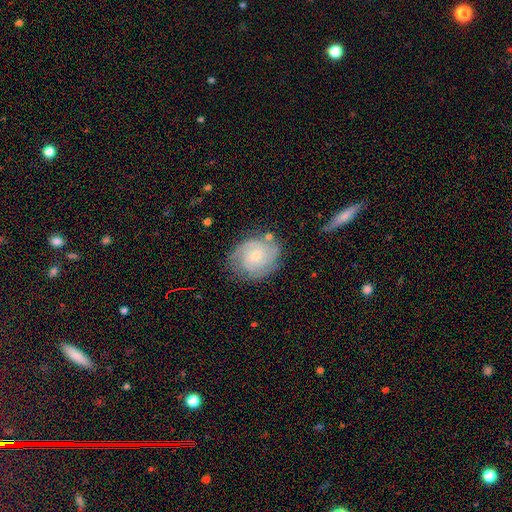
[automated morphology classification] This is likely a featured or disk galaxy (75%). It is clearly not viewed edge-on (98%). Bar: likely no (67%). Spiral arm pattern: clearly yes (94%). Spiral arm count: marginally 2 (30%). Spiral winding: possibly tight (56%). Central bulge: likely small (70%). Merging: likely none (71%).